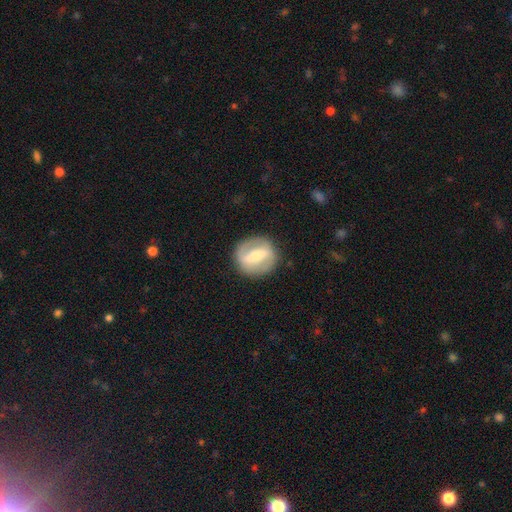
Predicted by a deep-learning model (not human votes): This is likely a featured or disk galaxy (65%). It is clearly not viewed edge-on (90%). Bar: likely strong (71%). Spiral arm pattern: possibly no (55%). Central bulge: possibly moderate (48%). Merging: clearly none (85%).